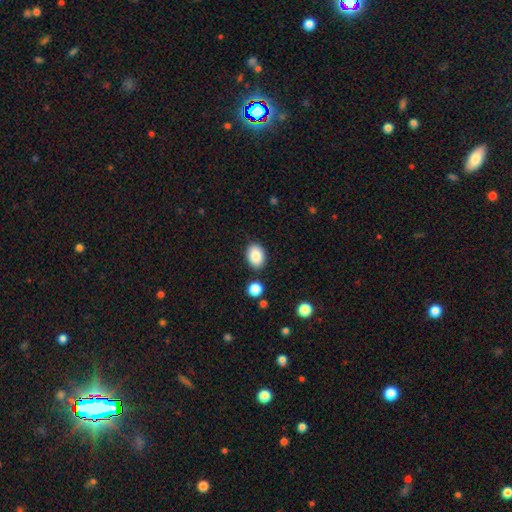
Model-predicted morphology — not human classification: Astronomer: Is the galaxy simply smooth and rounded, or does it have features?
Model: smooth — 88%.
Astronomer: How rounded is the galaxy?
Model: in between — 81%.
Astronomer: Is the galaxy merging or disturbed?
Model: none — 85%.